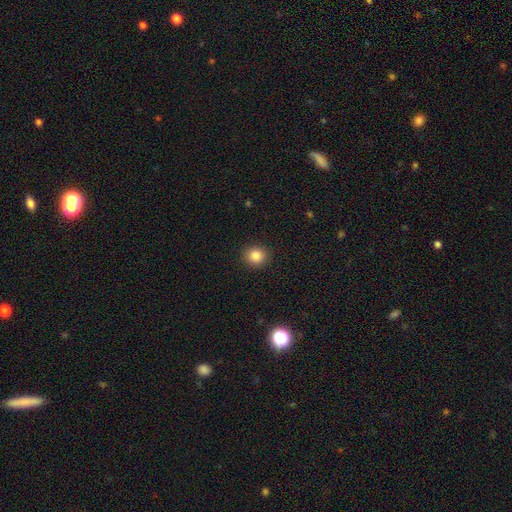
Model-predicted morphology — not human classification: This is clearly a smooth galaxy (84%). How rounded: clearly round (82%). Merging: clearly none (91%).